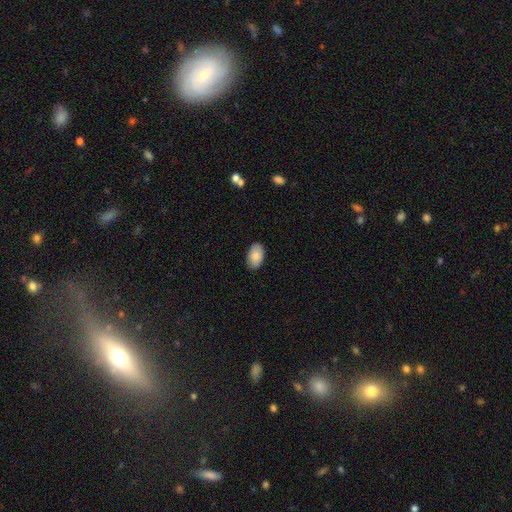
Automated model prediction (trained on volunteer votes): smooth_or_featured: smooth (p=0.86) [alt: featured or disk p=0.08]
how_rounded: in between (p=0.94) [alt: round p=0.05]
merging: none (p=0.87) [alt: minor disturbance p=0.10]